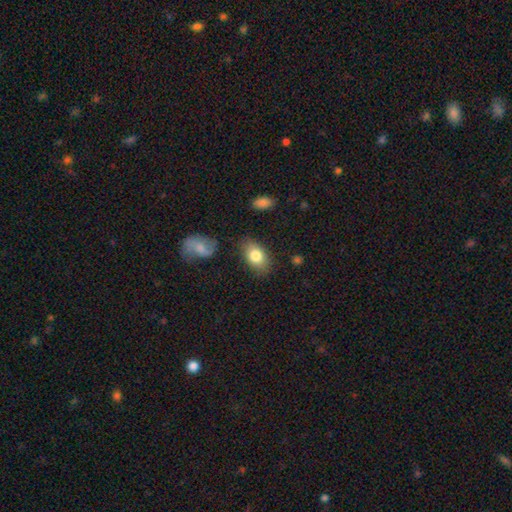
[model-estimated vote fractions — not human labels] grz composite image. It shows a smooth galaxy with no disk features (80%) that is in between round and cigar-shaped (88%). Merging: none (79%).